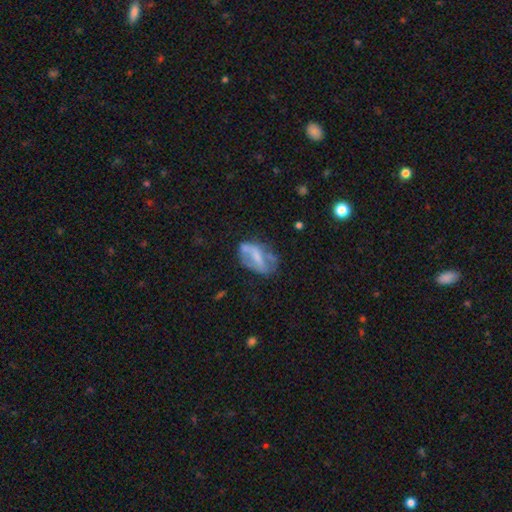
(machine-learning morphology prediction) This is possibly a featured or disk galaxy (55%). It is clearly not viewed edge-on (92%). Bar: marginally no (36%). Spiral arm pattern: likely no (64%). Central bulge: marginally small (37%). Merging: marginally none (45%).